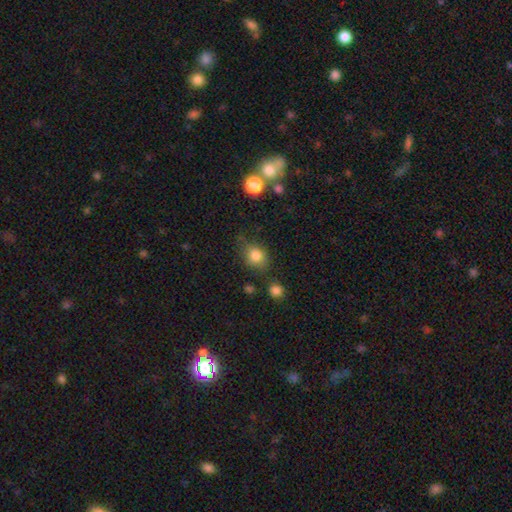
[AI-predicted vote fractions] Morphology: type=smooth (81%); roundness=round (56%); merging=none (70%).